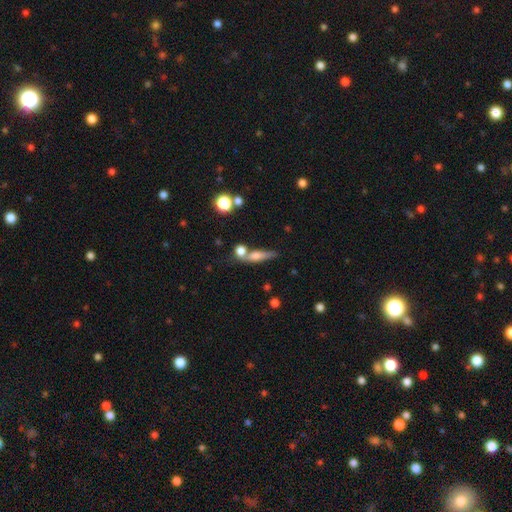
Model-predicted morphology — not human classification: smooth 60%, featured or disk 30%, star or artifact 10%. Down the decision tree: how rounded — cigar-shaped (63%); merging — none (51%).